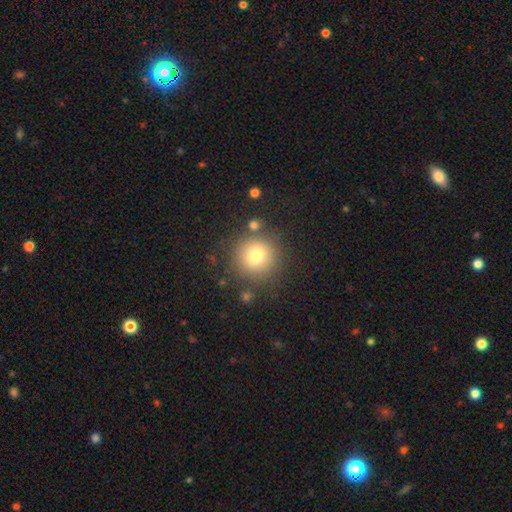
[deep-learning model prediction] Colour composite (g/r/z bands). It shows a smooth galaxy with no disk features (76%) that is round (92%). Merging: none (81%).